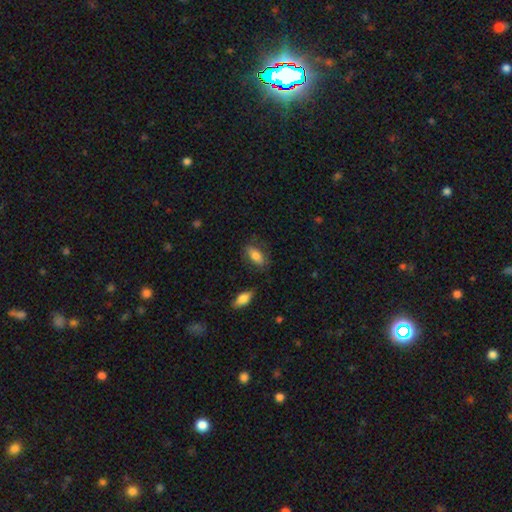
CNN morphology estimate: Smooth or featured? Predicted: smooth (p=0.77). How rounded? Predicted: in between (p=0.84). Merging? Predicted: none (p=0.71).